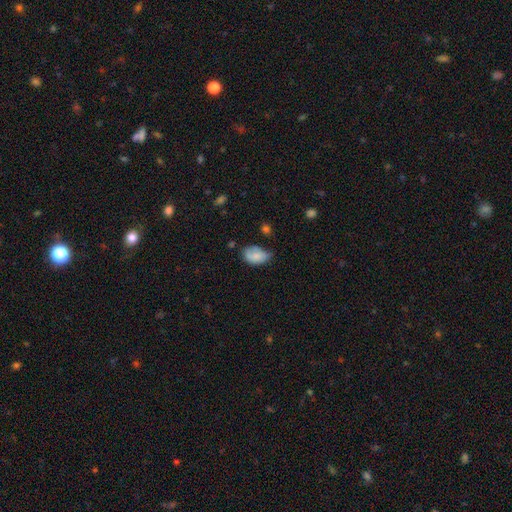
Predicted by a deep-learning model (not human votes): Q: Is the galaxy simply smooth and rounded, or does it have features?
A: smooth — 76%.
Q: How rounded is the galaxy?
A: in between — 87%.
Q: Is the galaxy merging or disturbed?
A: minor disturbance — 44%.